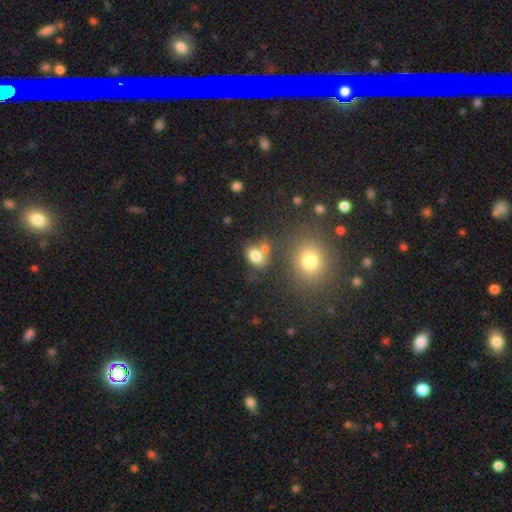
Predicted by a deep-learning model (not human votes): This appears to be a smooth galaxy with no disk features (79%) that is in between round and cigar-shaped (67%). Merging: none (51%).